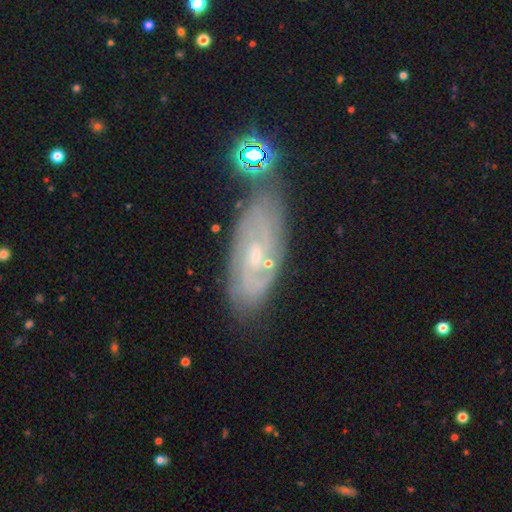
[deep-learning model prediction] Smooth or featured? Predicted: featured or disk (p=0.72). Edge-on disk? Predicted: no (p=0.88). Bar? Predicted: no (p=0.52). Spiral arms? Predicted: yes (p=0.87). Spiral winding? Predicted: tight (p=0.58). Spiral arm count? Predicted: can't tell (p=0.47). Bulge size? Predicted: small (p=0.73). Merging? Predicted: none (p=0.73).